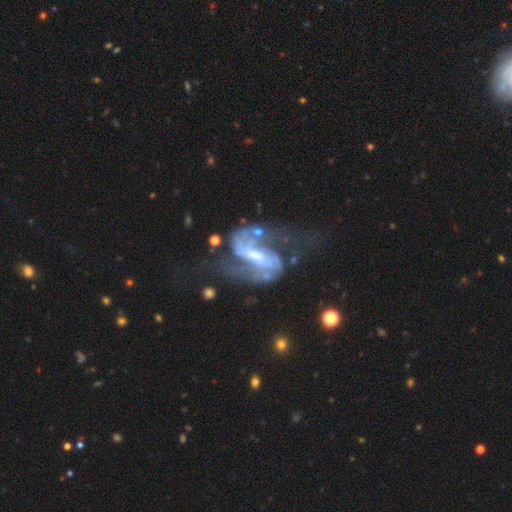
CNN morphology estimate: This appears to be a featured or disk galaxy (90%) with a weak bar (44%), 2 (90%) loose (47%) spiral arms (96%) and a small central bulge (42%). Merging: none (47%).